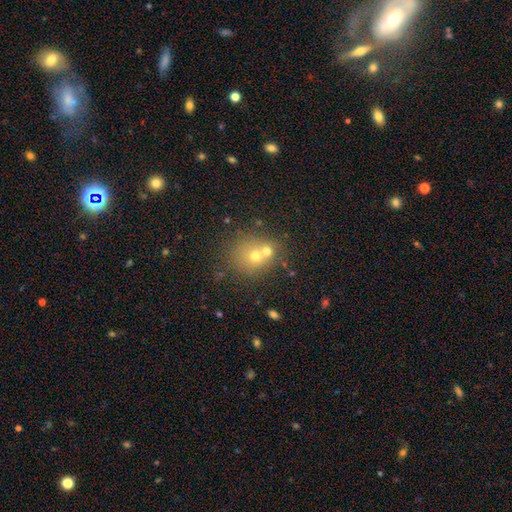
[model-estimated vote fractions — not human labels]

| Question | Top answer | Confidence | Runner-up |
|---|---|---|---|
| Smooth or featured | smooth | 60% | featured or disk (22%) |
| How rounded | round | 80% | in between (19%) |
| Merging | merger | 48% | none (41%) |